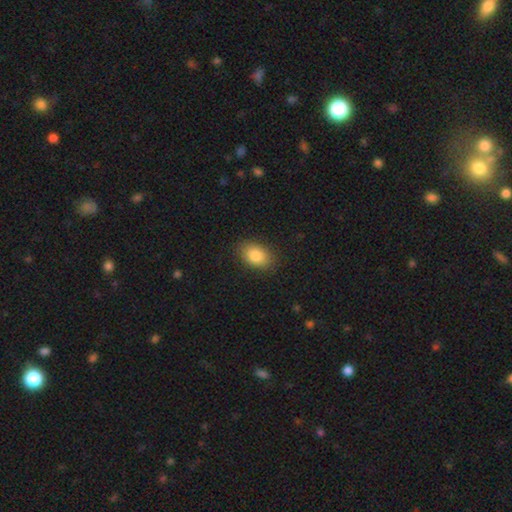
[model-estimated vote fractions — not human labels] smooth 86%, star or artifact 8%, featured or disk 6%. Down the decision tree: how rounded — in between (84%); merging — none (85%).